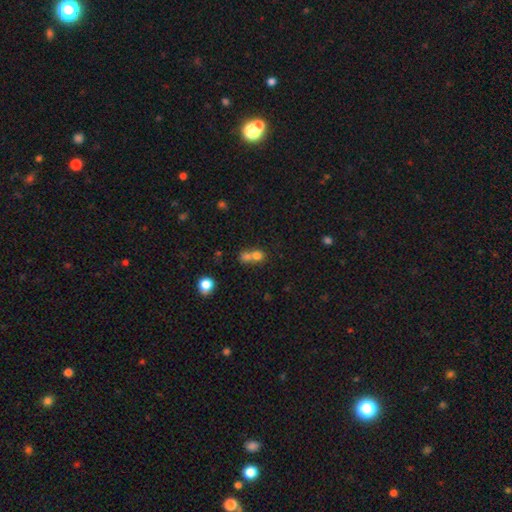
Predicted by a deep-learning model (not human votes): smooth_or_featured: smooth (p=0.72) [alt: star or artifact p=0.15]
how_rounded: round (p=0.72) [alt: in between p=0.26]
merging: merger (p=0.61) [alt: none p=0.30]